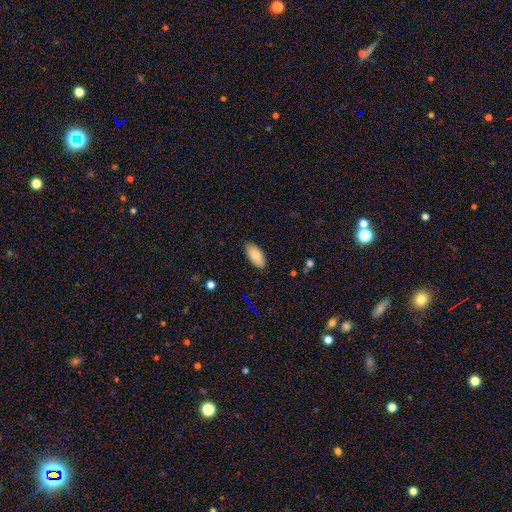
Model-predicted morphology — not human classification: This appears to be a smooth galaxy with no disk features (80%) that is in between round and cigar-shaped (92%). Merging: none (86%).